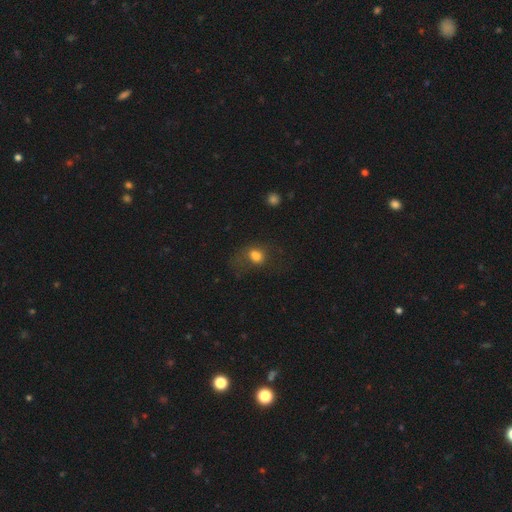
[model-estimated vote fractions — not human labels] Overall: smooth (74%). How rounded: in between (60%; round 39%). Merging: none (43%; major disturbance 32%).